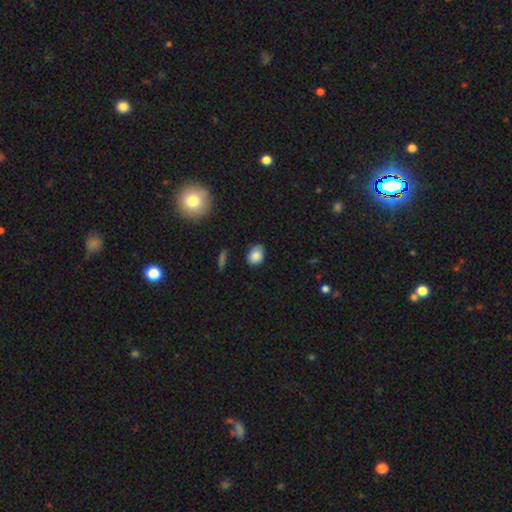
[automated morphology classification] This appears to be a smooth galaxy with no disk features (83%) that is in between round and cigar-shaped (61%). Merging: none (71%).